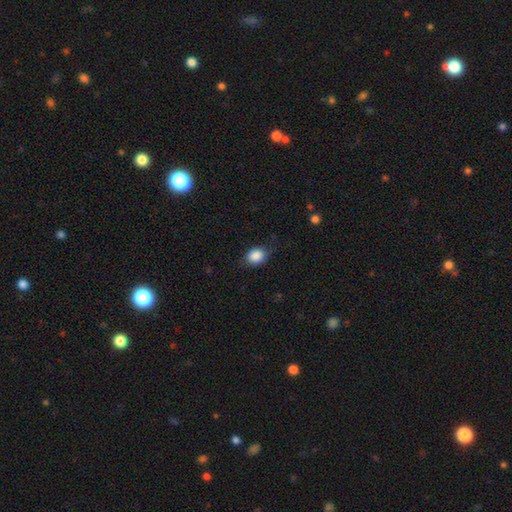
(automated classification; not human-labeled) Q: Smooth or featured?
A: smooth (87%); runner-up: star or artifact (8%)
Q: How rounded?
A: in between (58%); runner-up: round (41%)
Q: Merging?
A: none (71%); runner-up: minor disturbance (22%)